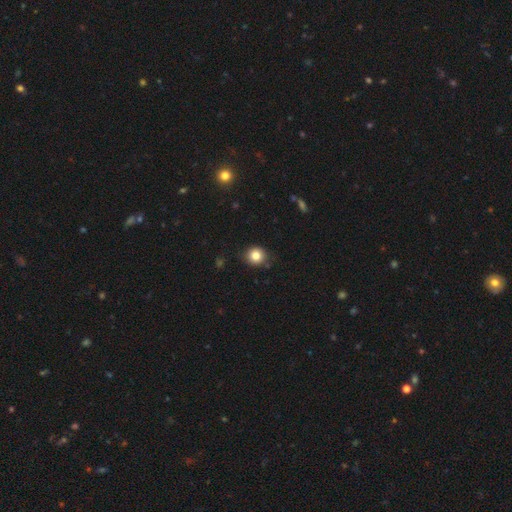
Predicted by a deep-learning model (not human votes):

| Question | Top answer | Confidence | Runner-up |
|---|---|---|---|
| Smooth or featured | smooth | 83% | star or artifact (11%) |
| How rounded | round | 86% | in between (13%) |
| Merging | none | 85% | minor disturbance (11%) |